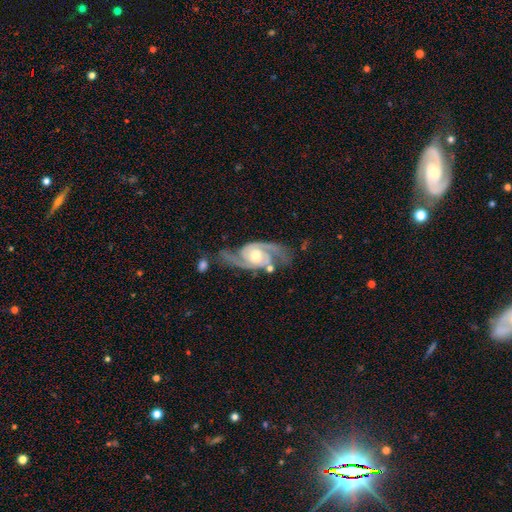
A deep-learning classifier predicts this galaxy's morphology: Overall: featured or disk (92%). Edge-on disk: no (96%). Bar: no (63%; weak 27%). Spiral arms: yes (98%). Spiral arm count: 2 (91%). Spiral winding: medium (53%; tight 32%). Bulge size: moderate (68%). Merging: none (67%).